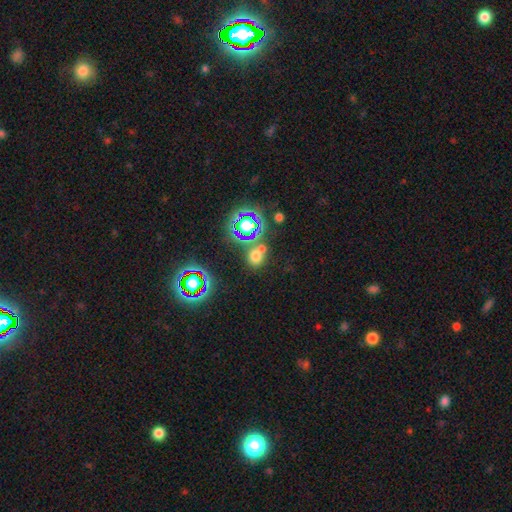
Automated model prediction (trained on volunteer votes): This appears to be a smooth galaxy with no disk features (59%) that is round (74%). Merging: none (58%).